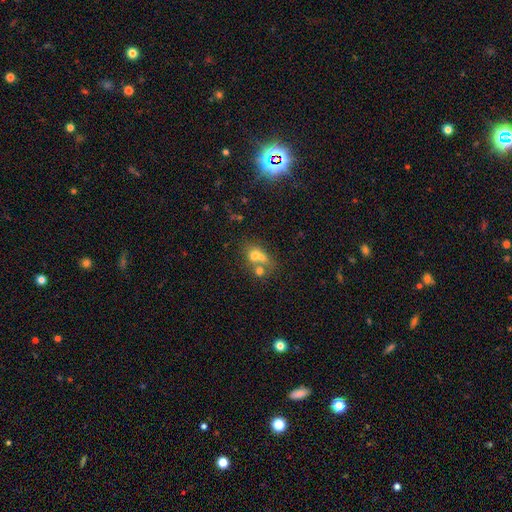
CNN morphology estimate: This appears to be a smooth galaxy with no disk features (60%) that is round (63%). Merging: merger (61%).